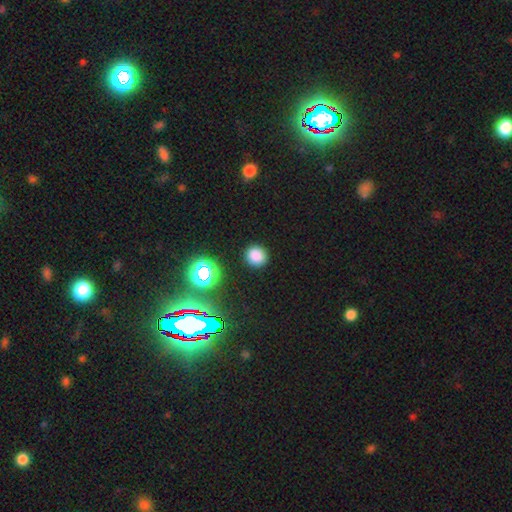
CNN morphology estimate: Smooth or featured? smooth (80%)
How rounded? round (90%)
Merging? none (90%)